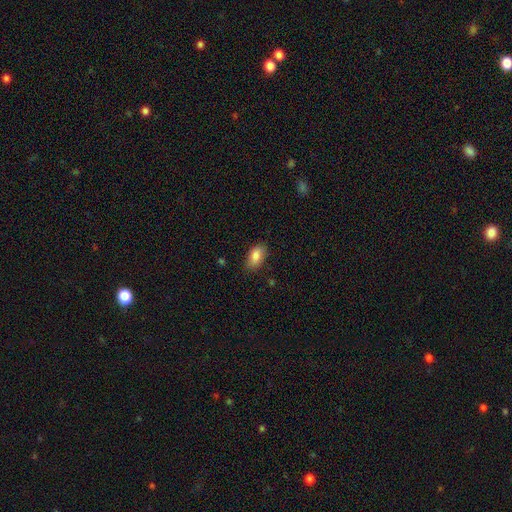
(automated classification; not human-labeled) A smooth galaxy with no disk features (85%) that is in between round and cigar-shaped (91%).

Vote fractions:
- Smooth or featured? smooth: 85% / featured or disk: 7% / star or artifact: 7%
- How rounded? in between: 91% / round: 5% / cigar-shaped: 3%
- Merging? none: 80% / minor disturbance: 16% / major disturbance: 3% / merger: 1%